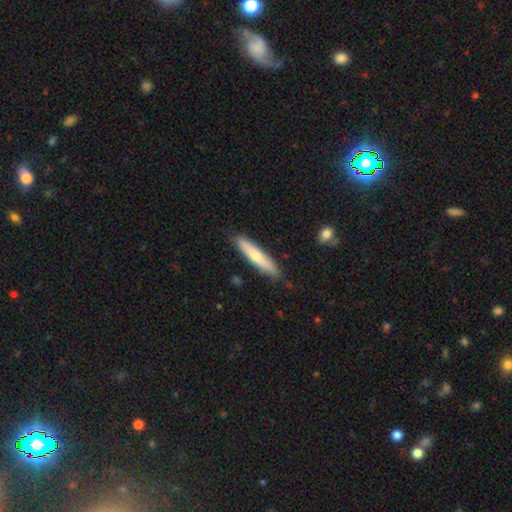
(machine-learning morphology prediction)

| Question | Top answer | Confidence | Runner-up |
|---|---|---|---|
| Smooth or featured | smooth | 64% | featured or disk (31%) |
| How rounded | cigar-shaped | 88% | in between (11%) |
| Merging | none | 87% | minor disturbance (10%) |